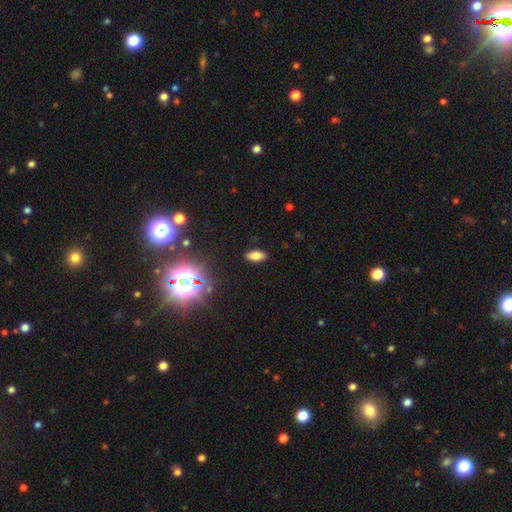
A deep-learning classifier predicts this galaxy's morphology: Overall: smooth (77%). How rounded: in between (89%). Merging: none (88%).